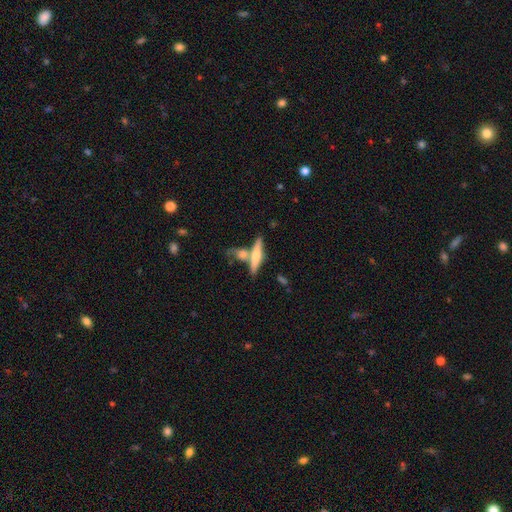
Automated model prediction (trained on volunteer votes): The model was most divided on "smooth or featured": featured or disk: 47%, smooth: 46%, star or artifact: 7%. More confident: merging — none (57%).